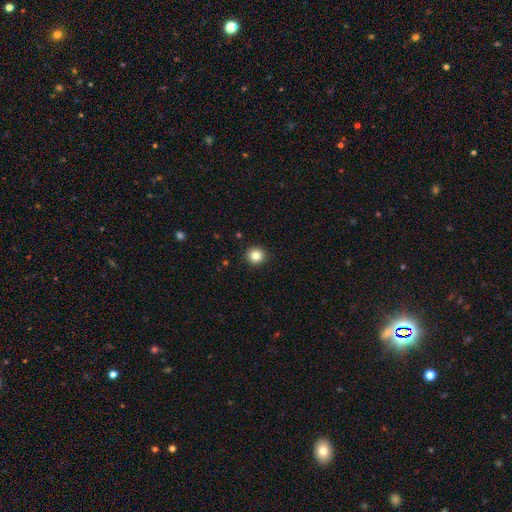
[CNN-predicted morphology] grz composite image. It shows a smooth galaxy with no disk features (84%) that is round (92%). Merging: none (93%).